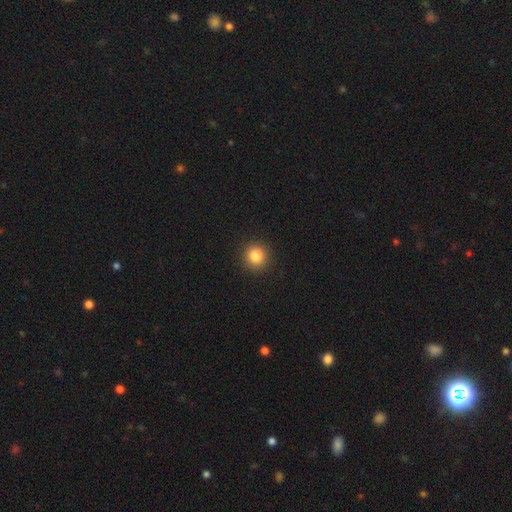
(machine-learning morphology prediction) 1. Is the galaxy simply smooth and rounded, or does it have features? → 85% smooth, 11% star or artifact, 5% featured or disk.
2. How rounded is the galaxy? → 93% round, 6% in between, 1% cigar-shaped.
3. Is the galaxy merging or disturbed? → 92% none, 5% minor disturbance, 2% major disturbance, 1% merger.